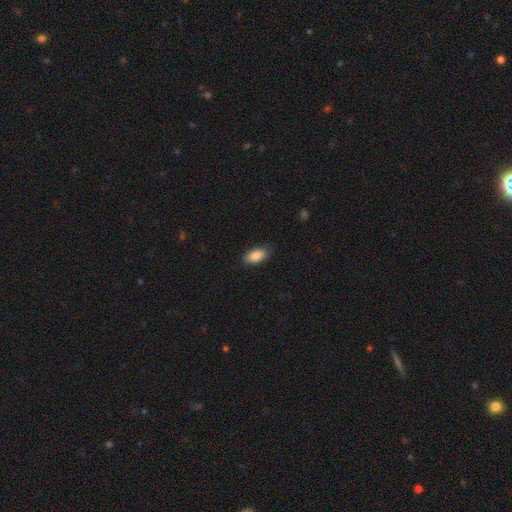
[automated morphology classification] Smooth or featured? Predicted: smooth (p=0.88). How rounded? Predicted: in between (p=0.91). Merging? Predicted: none (p=0.85).